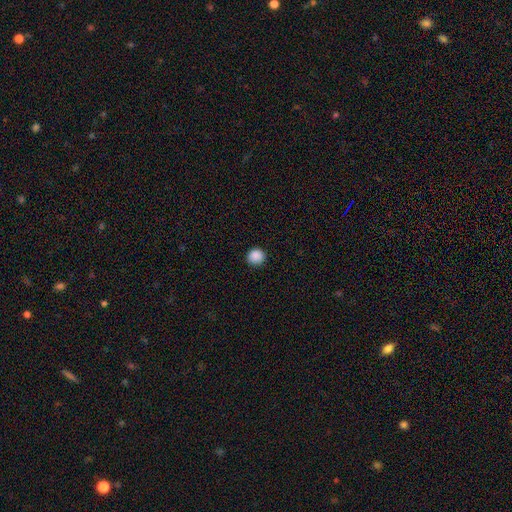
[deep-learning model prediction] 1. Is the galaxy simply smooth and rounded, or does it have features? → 88% smooth, 9% star or artifact, 2% featured or disk.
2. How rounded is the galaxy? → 90% round, 9% in between, 1% cigar-shaped.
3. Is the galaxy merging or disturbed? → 90% none, 7% minor disturbance, 2% major disturbance, 1% merger.